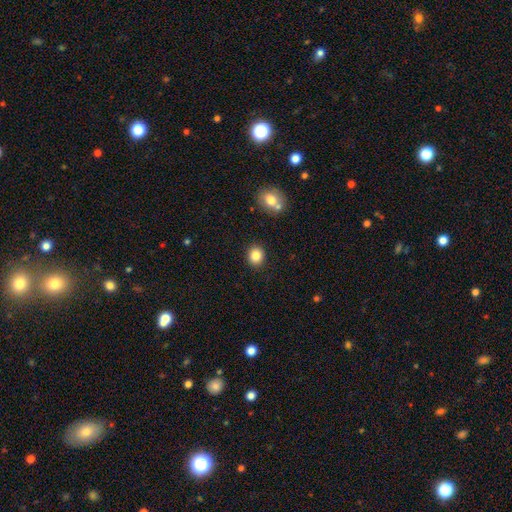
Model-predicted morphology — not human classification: Smooth or featured: smooth — 84% (star or artifact — 10%)
How rounded: round — 78% (in between — 22%)
Merging: none — 89% (minor disturbance — 7%)